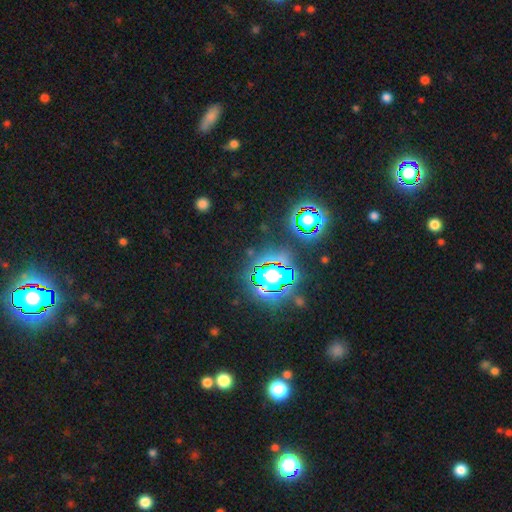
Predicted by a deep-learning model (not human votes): Smooth or featured? Predicted: star or artifact (p=0.83).